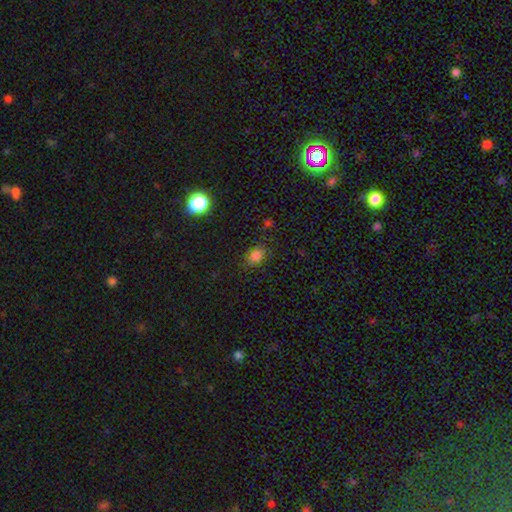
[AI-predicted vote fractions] Smooth or featured?
  - smooth: 73% *
  - star or artifact: 20%
  - featured or disk: 7%
How rounded?
  - in between: 50% *
  - round: 49%
  - cigar-shaped: 1%
Merging?
  - none: 80% *
  - minor disturbance: 15%
  - major disturbance: 4%
  - merger: 2%